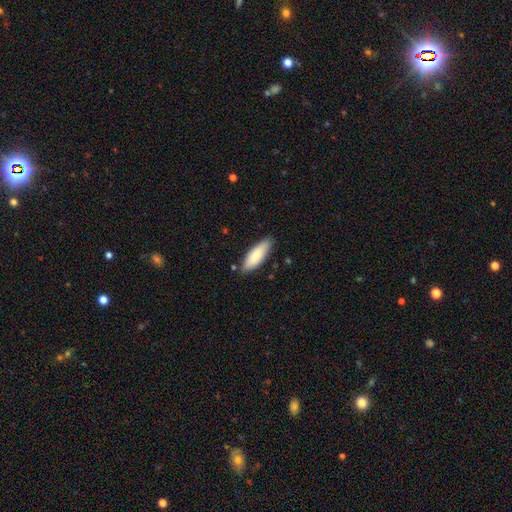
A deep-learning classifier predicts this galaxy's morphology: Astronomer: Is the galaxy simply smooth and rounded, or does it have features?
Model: smooth — 78%.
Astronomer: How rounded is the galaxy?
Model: in between — 60% (runner-up: cigar-shaped, 39%).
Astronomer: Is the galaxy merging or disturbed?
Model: none — 84%.